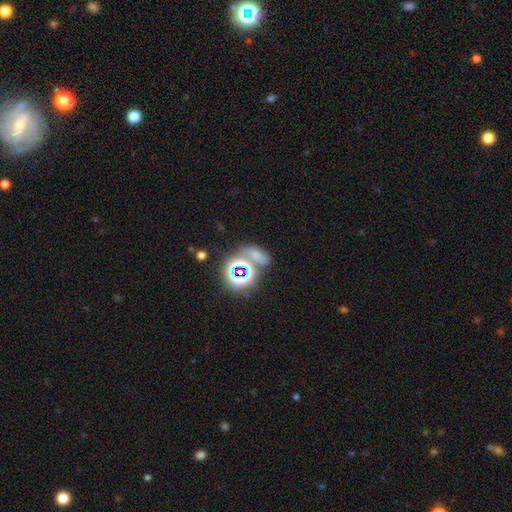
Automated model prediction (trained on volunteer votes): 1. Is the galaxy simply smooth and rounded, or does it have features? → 42% star or artifact, 41% smooth, 16% featured or disk.